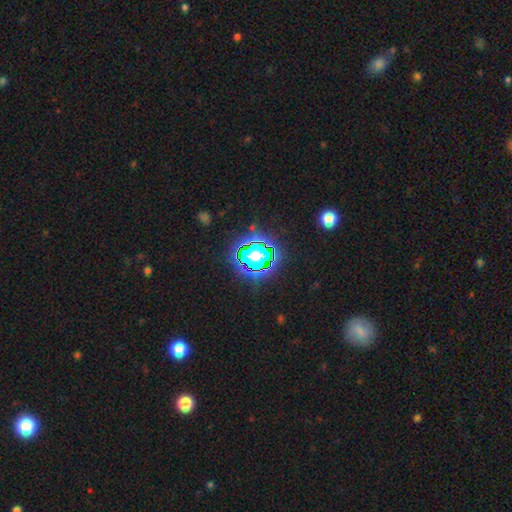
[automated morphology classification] A star or artifact, not a galaxy (66%).

Vote fractions:
- Smooth or featured? star or artifact: 66% / smooth: 21% / featured or disk: 13%